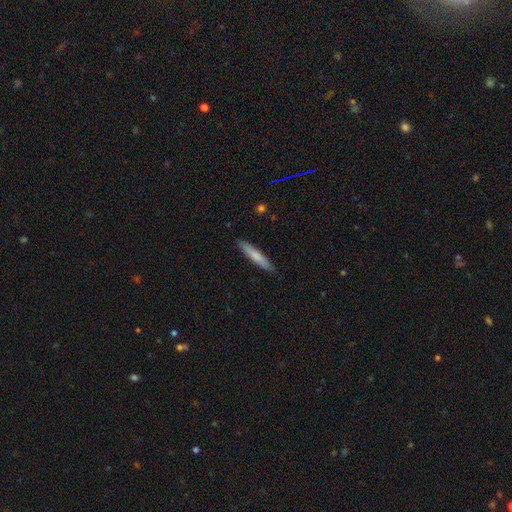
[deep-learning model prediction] This is likely a smooth galaxy (73%). How rounded: clearly cigar-shaped (91%). Merging: clearly none (87%).